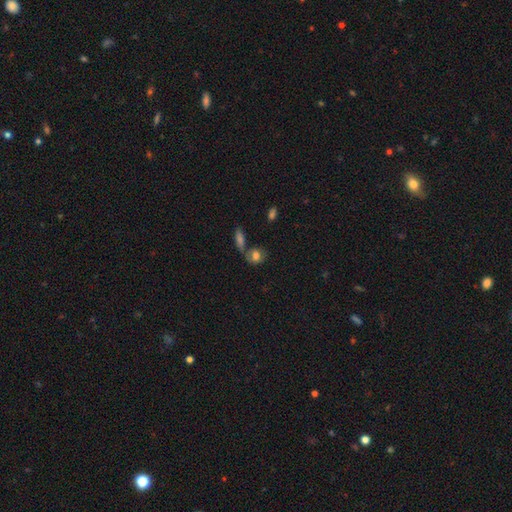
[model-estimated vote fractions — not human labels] smooth 74%, featured or disk 16%, star or artifact 9%. Down the decision tree: how rounded — round (52%); merging — none (50%).